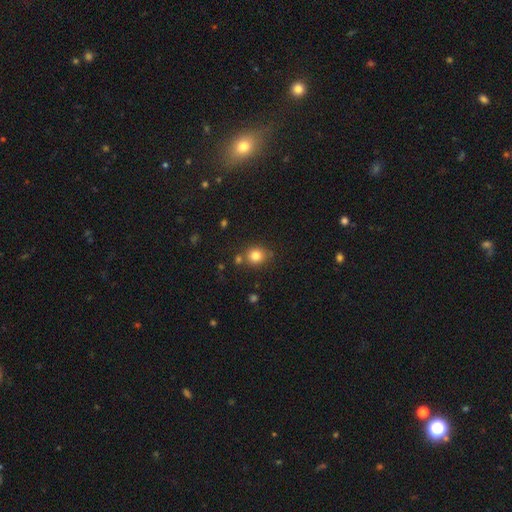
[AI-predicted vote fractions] Smooth or featured?
  - smooth: 81% *
  - star or artifact: 12%
  - featured or disk: 7%
How rounded?
  - round: 80% *
  - in between: 19%
  - cigar-shaped: 1%
Merging?
  - none: 74% *
  - minor disturbance: 11%
  - merger: 11%
  - major disturbance: 3%